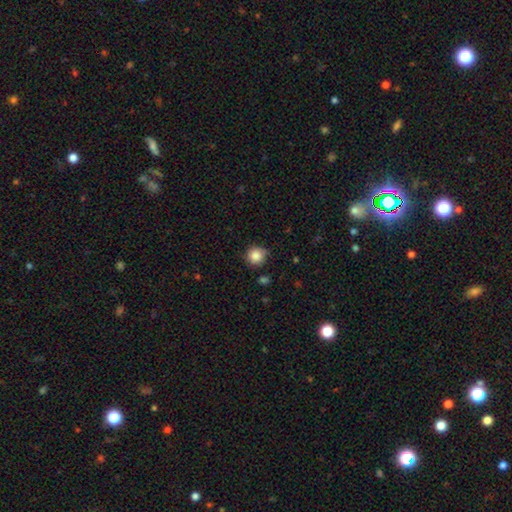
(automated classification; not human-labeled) Q: Smooth or featured?
A: smooth (86%); runner-up: star or artifact (10%)
Q: How rounded?
A: round (93%); runner-up: in between (6%)
Q: Merging?
A: none (78%); runner-up: minor disturbance (16%)